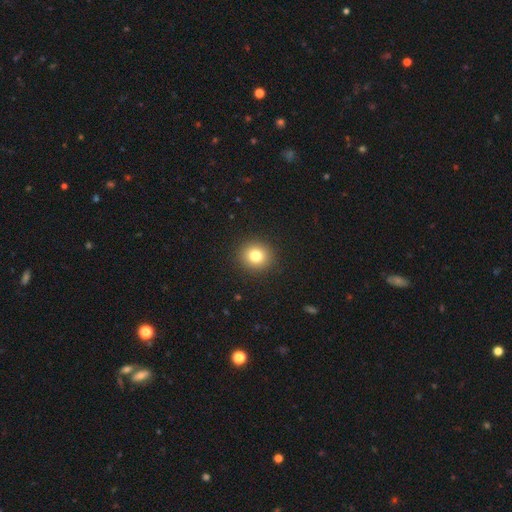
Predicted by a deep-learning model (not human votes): This appears to be a smooth galaxy with no disk features (80%) that is round (88%). Merging: none (92%).